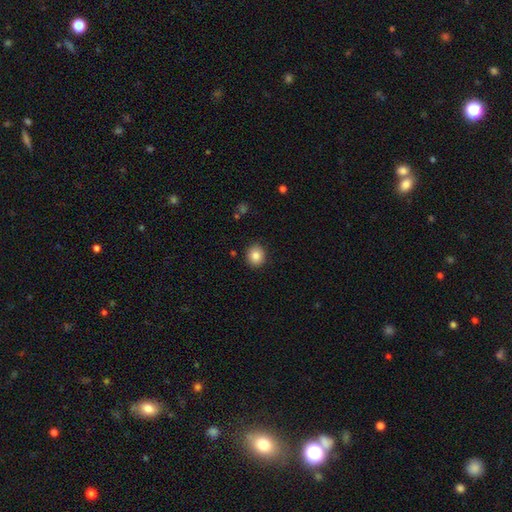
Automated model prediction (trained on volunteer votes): Smooth or featured: smooth — 84% (star or artifact — 9%)
How rounded: round — 80% (in between — 19%)
Merging: none — 90% (minor disturbance — 7%)